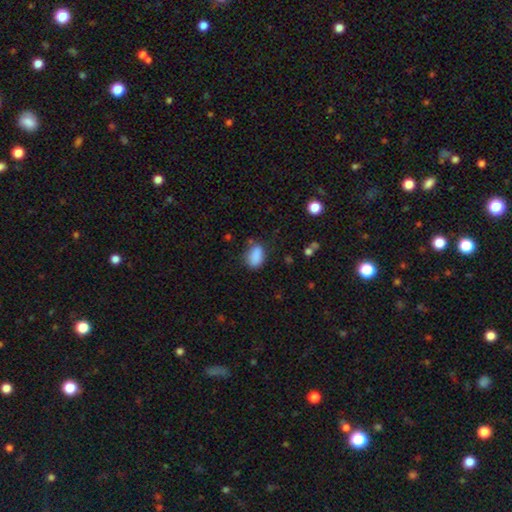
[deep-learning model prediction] smooth-or-featured: smooth: 87% | star or artifact: 9% | featured or disk: 4%
  how-rounded: in between: 87% | round: 10% | cigar-shaped: 3%
  merging: none: 70% | minor disturbance: 21% | major disturbance: 6% | merger: 3%